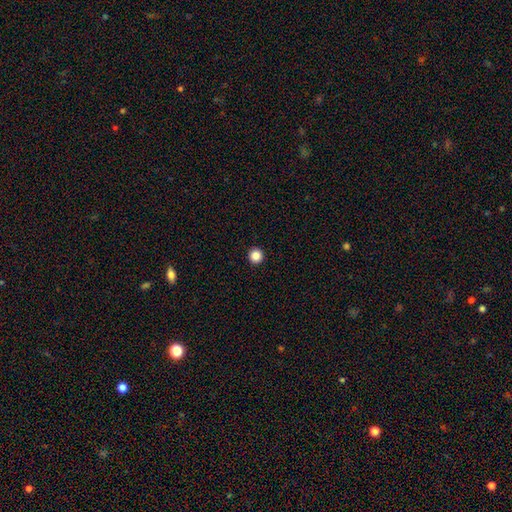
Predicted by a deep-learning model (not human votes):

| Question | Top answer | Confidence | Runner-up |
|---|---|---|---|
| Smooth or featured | smooth | 86% | star or artifact (11%) |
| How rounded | round | 96% | in between (3%) |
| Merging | none | 94% | minor disturbance (3%) |